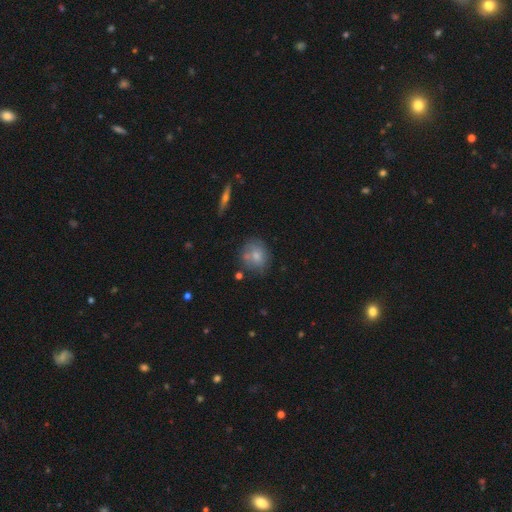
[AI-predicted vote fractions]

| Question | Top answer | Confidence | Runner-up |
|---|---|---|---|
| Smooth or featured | smooth | 65% | featured or disk (26%) |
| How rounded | round | 77% | in between (22%) |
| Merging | none | 62% | minor disturbance (22%) |